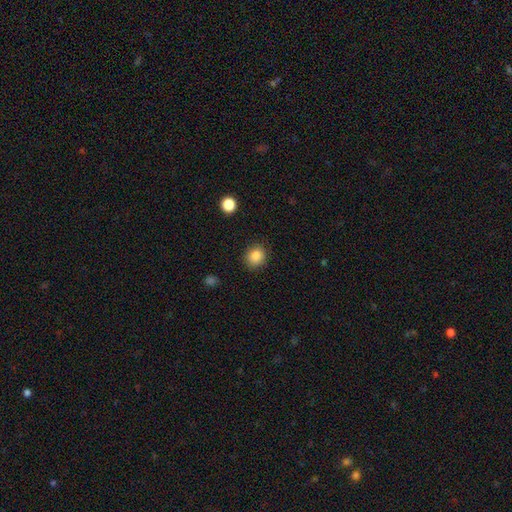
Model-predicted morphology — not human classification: type=smooth (86%); roundness=round (82%); merging=none (88%).